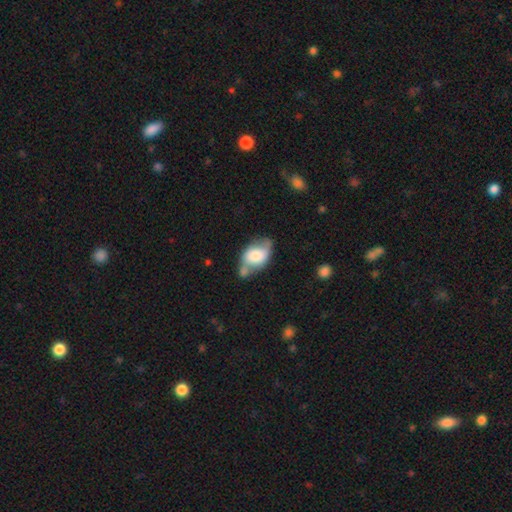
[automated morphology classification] smooth 60%, featured or disk 33%, star or artifact 7%. Down the decision tree: how rounded — in between (87%); merging — none (39%).